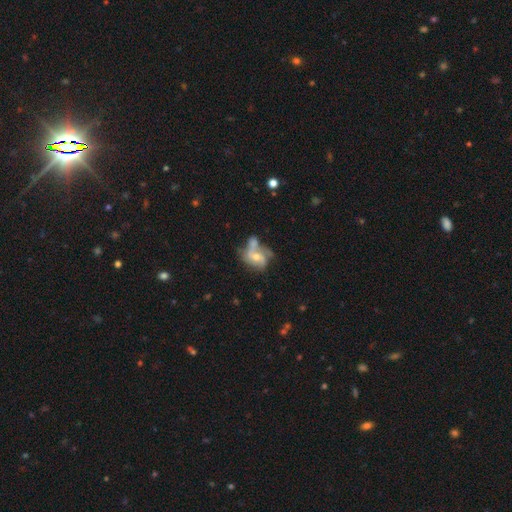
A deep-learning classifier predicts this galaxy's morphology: Overall: featured or disk (67%). Edge-on disk: no (97%). Bar: no (58%; weak 33%). Spiral arms: yes (80%). Spiral arm count: 2 (50%; can't tell 18%). Spiral winding: medium (45%; loose 34%). Bulge size: moderate (59%; small 33%). Merging: merger (36%; none 28%).